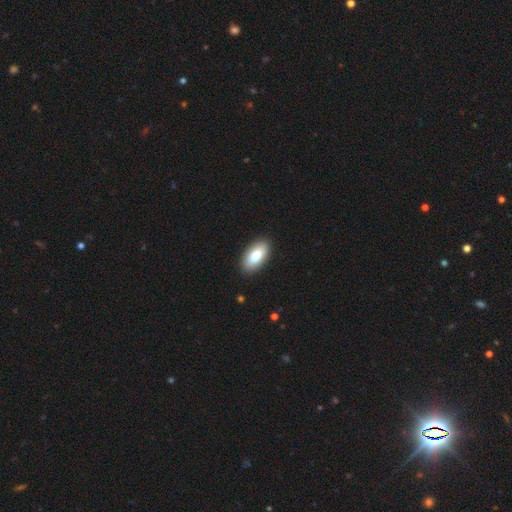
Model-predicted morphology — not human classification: Smooth or featured? smooth (81%)
How rounded? in between (92%)
Merging? none (89%)